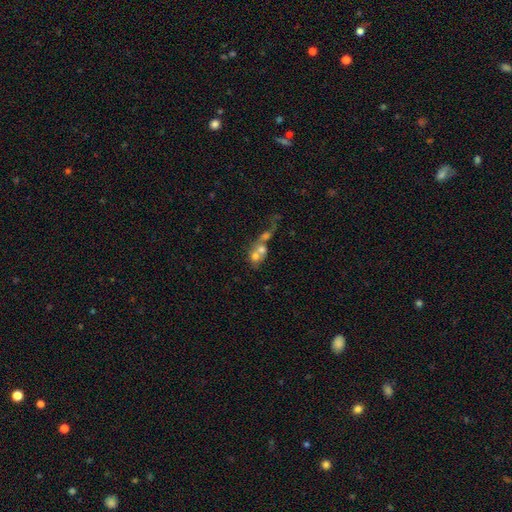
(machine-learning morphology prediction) This is possibly a smooth galaxy (55%). How rounded: possibly round (59%). Merging: likely merger (71%).